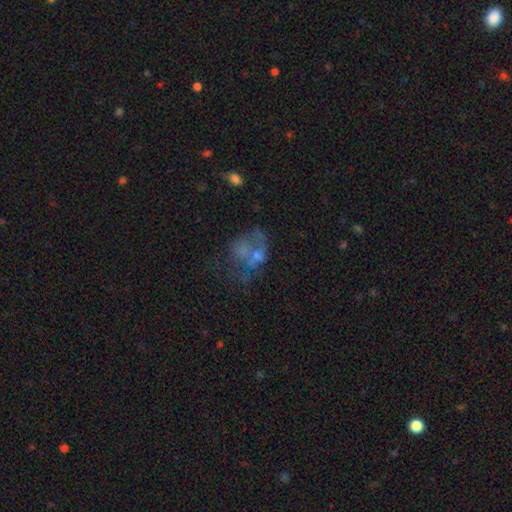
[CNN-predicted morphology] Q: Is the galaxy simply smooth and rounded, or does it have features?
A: featured or disk — 45%.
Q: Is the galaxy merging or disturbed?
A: major disturbance — 31%.